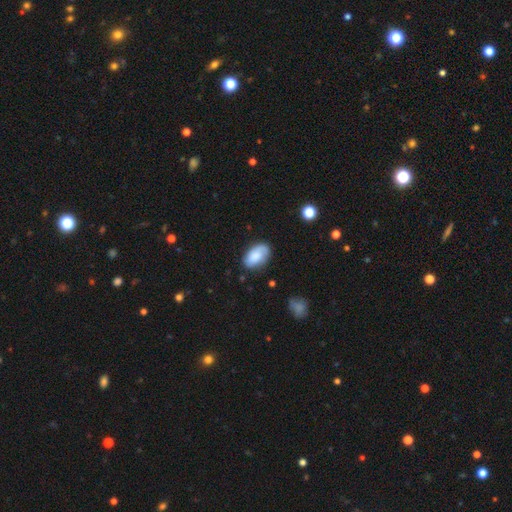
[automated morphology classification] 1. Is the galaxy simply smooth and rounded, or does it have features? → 71% smooth, 21% featured or disk, 8% star or artifact.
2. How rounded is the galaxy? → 92% in between, 6% round, 2% cigar-shaped.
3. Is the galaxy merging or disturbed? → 72% none, 20% minor disturbance, 5% major disturbance, 2% merger.